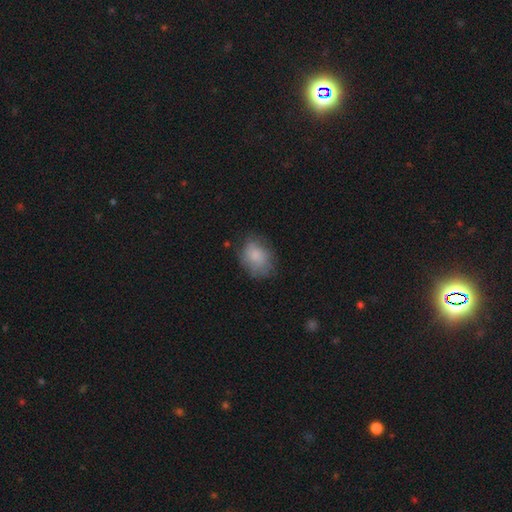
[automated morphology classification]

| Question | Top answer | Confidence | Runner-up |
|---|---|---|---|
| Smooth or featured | smooth | 73% | featured or disk (18%) |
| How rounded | in between | 61% | round (38%) |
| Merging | none | 63% | minor disturbance (25%) |